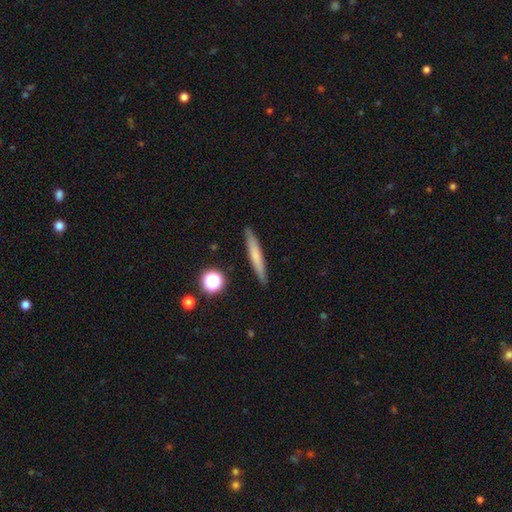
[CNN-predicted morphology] Smooth or featured? smooth (61%)
How rounded? cigar-shaped (94%)
Merging? none (90%)